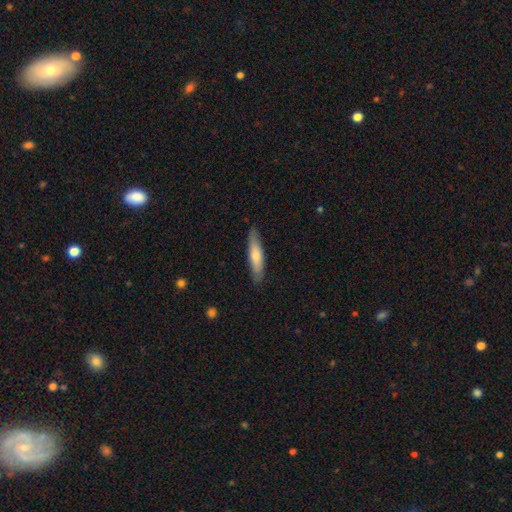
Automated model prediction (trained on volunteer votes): Smooth or featured? Predicted: smooth (p=0.67). How rounded? Predicted: cigar-shaped (p=0.79). Merging? Predicted: none (p=0.85).